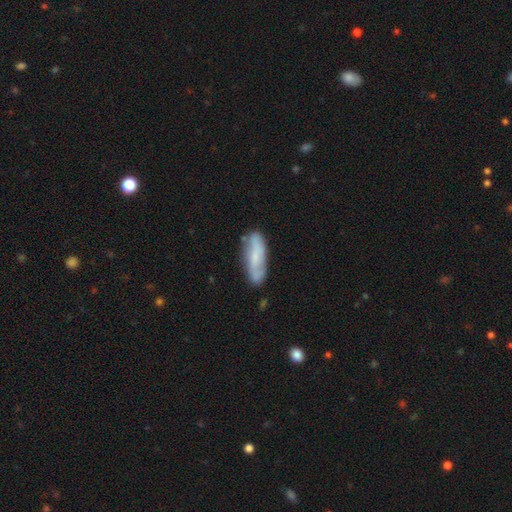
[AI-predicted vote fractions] Morphology: type=smooth (51%); roundness=in between (51%); merging=none (74%).